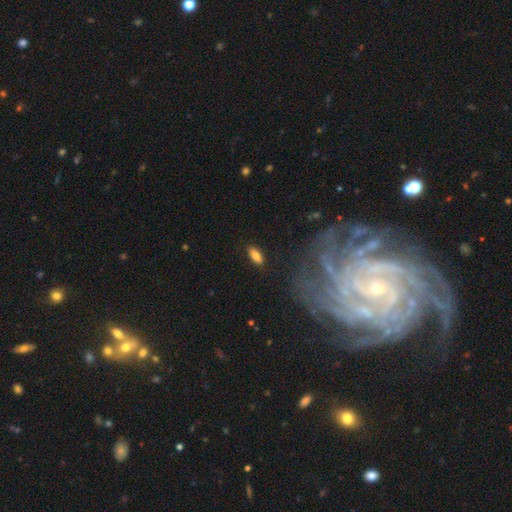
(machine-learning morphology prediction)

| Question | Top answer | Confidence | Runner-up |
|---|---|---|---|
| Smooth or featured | smooth | 83% | featured or disk (9%) |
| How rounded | in between | 83% | cigar-shaped (14%) |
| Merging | none | 86% | minor disturbance (10%) |